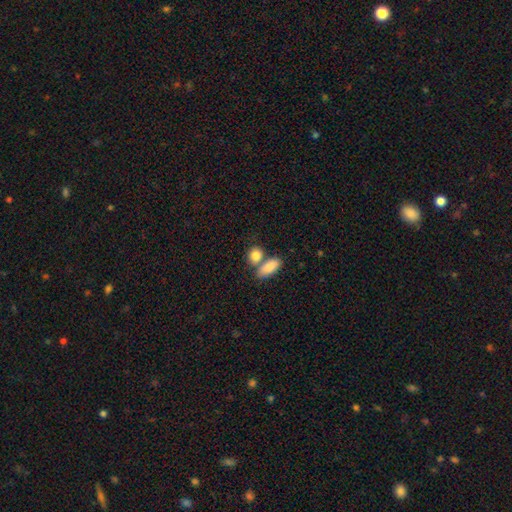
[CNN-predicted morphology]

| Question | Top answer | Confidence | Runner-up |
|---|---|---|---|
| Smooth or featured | smooth | 86% | featured or disk (7%) |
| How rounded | in between | 62% | round (33%) |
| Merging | none | 49% | merger (37%) |